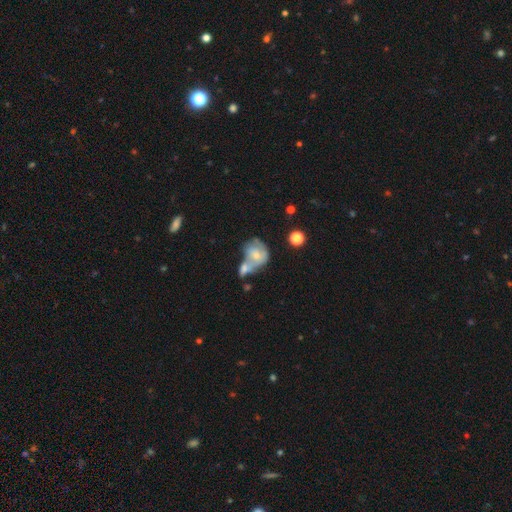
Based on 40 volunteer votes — Morphology: type=smooth (52%); roundness=round (62%); merging=merger (66%).